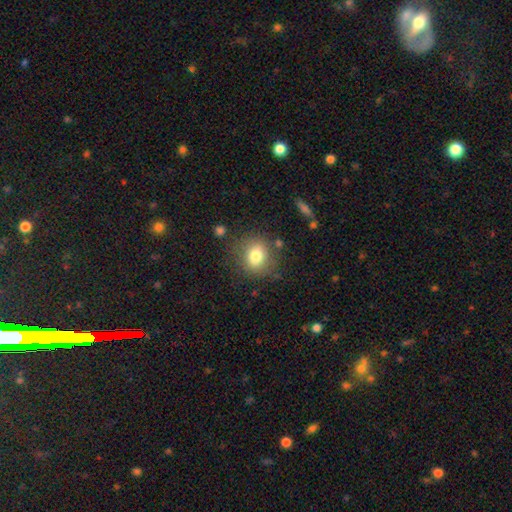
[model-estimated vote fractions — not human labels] Smooth or featured?
  - smooth: 78% *
  - featured or disk: 12%
  - star or artifact: 11%
How rounded?
  - round: 73% *
  - in between: 26%
  - cigar-shaped: 1%
Merging?
  - none: 79% *
  - minor disturbance: 13%
  - major disturbance: 5%
  - merger: 3%